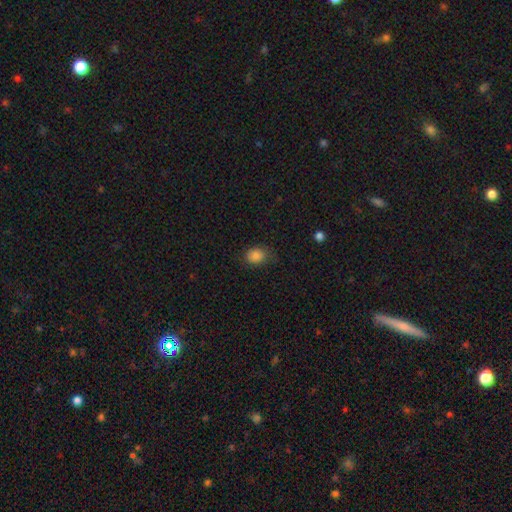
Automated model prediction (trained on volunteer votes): Smooth or featured: smooth — 84% (star or artifact — 10%)
How rounded: in between — 57% (round — 42%)
Merging: none — 73% (minor disturbance — 21%)